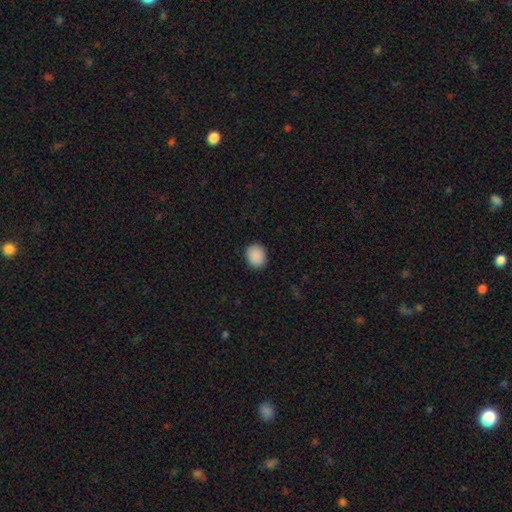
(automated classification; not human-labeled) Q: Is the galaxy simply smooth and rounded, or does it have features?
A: smooth — 90%.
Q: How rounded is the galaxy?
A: round — 63%.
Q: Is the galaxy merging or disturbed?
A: none — 90%.